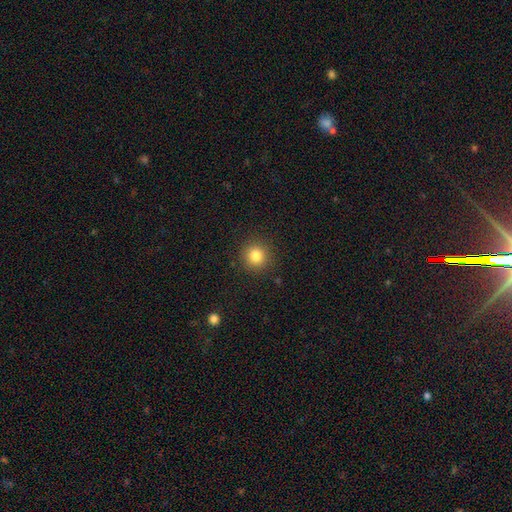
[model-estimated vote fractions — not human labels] Q: Smooth or featured?
A: smooth (82%); runner-up: star or artifact (12%)
Q: How rounded?
A: round (94%); runner-up: in between (5%)
Q: Merging?
A: none (90%); runner-up: minor disturbance (6%)